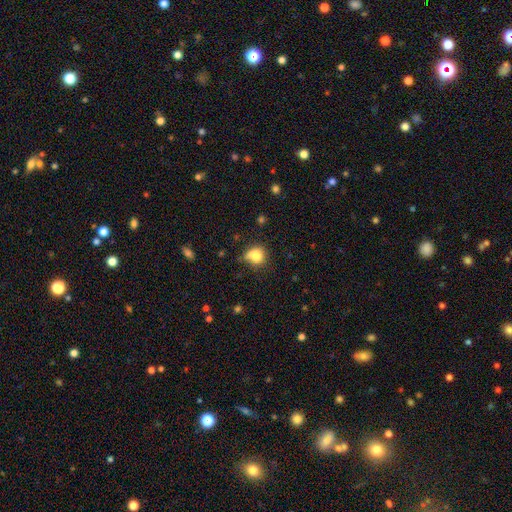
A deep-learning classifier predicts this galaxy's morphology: A smooth galaxy with no disk features (79%) that is round (77%).

Vote fractions:
- Smooth or featured? smooth: 79% / featured or disk: 11% / star or artifact: 11%
- How rounded? round: 77% / in between: 22% / cigar-shaped: 1%
- Merging? none: 53% / minor disturbance: 29% / major disturbance: 11% / merger: 7%